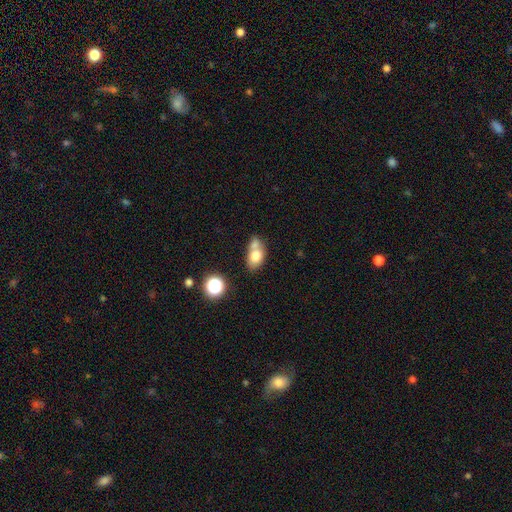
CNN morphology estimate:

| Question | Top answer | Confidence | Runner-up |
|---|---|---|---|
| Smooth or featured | smooth | 73% | featured or disk (17%) |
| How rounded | in between | 73% | round (24%) |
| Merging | merger | 44% | none (36%) |